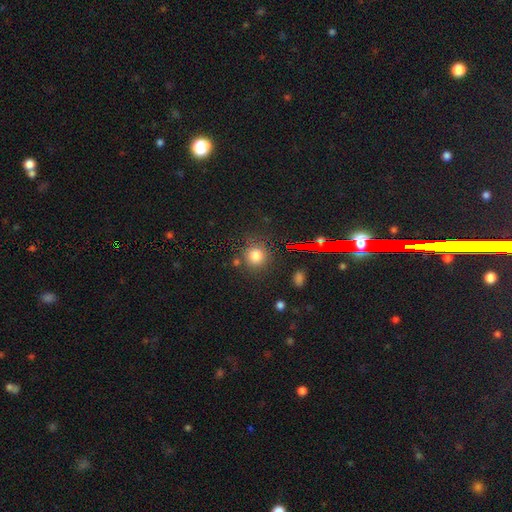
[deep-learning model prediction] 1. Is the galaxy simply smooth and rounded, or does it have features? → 76% smooth, 18% star or artifact, 7% featured or disk.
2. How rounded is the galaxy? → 91% round, 8% in between, 1% cigar-shaped.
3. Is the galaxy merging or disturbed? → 80% none, 10% minor disturbance, 5% merger, 4% major disturbance.